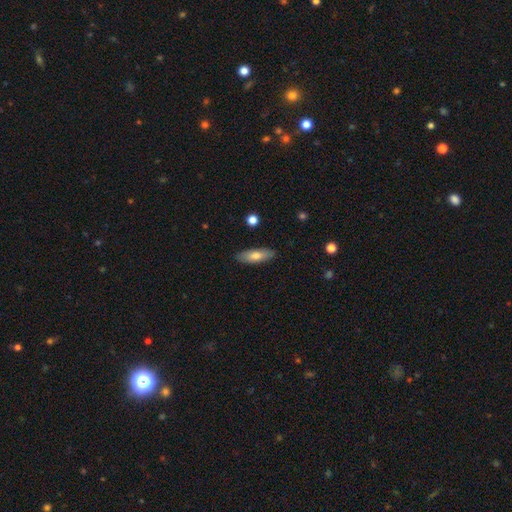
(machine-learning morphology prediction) smooth 71%, featured or disk 23%, star or artifact 6%. Down the decision tree: how rounded — in between (57%); merging — none (88%).